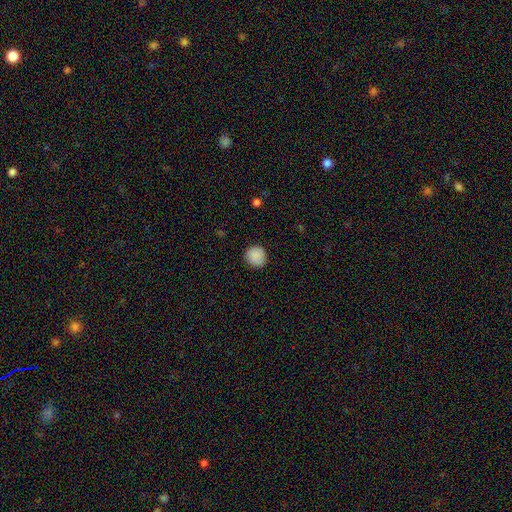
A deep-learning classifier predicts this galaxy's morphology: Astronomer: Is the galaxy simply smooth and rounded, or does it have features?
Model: smooth — 89%.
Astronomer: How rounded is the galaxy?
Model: round — 91%.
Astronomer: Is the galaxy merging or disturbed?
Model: none — 89%.